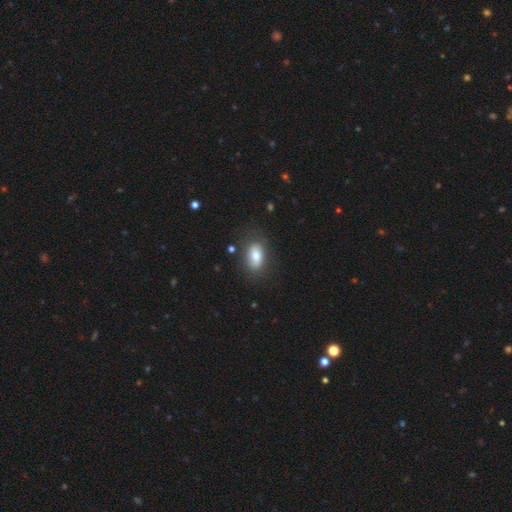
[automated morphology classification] The model was most divided on "merging": none: 74%, minor disturbance: 18%, major disturbance: 6%, merger: 2%. More confident: how rounded — in between (87%); smooth or featured — smooth (77%).